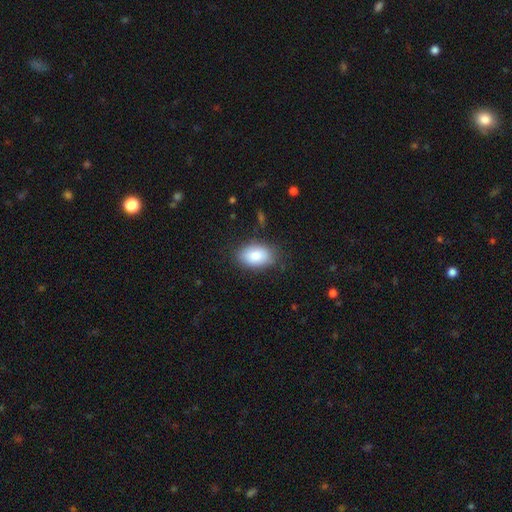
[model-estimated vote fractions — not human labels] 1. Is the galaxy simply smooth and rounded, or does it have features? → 84% smooth, 9% featured or disk, 7% star or artifact.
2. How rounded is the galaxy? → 89% in between, 10% round, 1% cigar-shaped.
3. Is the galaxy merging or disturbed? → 80% none, 15% minor disturbance, 4% major disturbance, 1% merger.